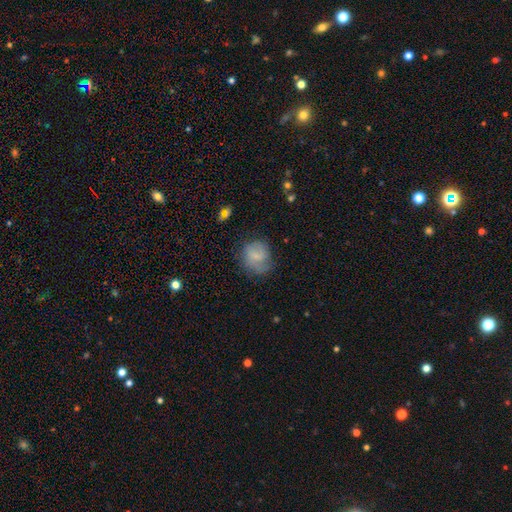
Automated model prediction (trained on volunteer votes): Overall: smooth (63%; featured or disk 29%). How rounded: round (75%). Merging: none (55%; minor disturbance 28%).